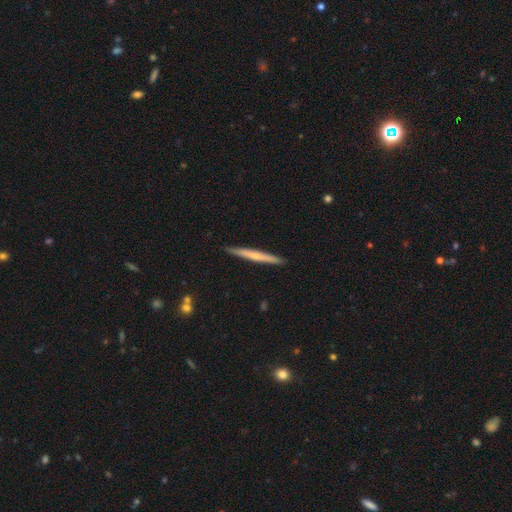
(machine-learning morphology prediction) Smooth or featured? smooth (49%)
Merging? none (91%)